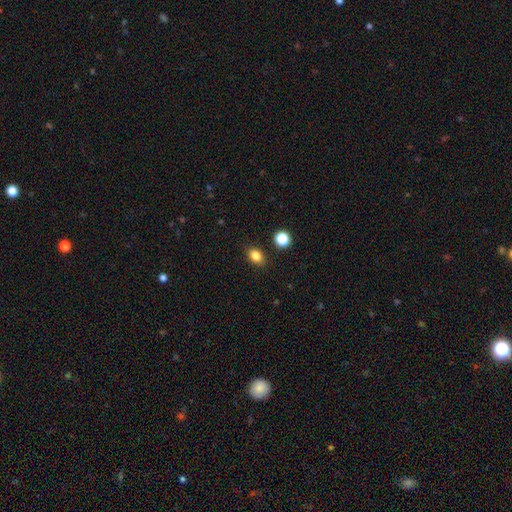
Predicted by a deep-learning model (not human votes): Smooth or featured? Predicted: smooth (p=0.83). How rounded? Predicted: in between (p=0.67). Merging? Predicted: none (p=0.86).